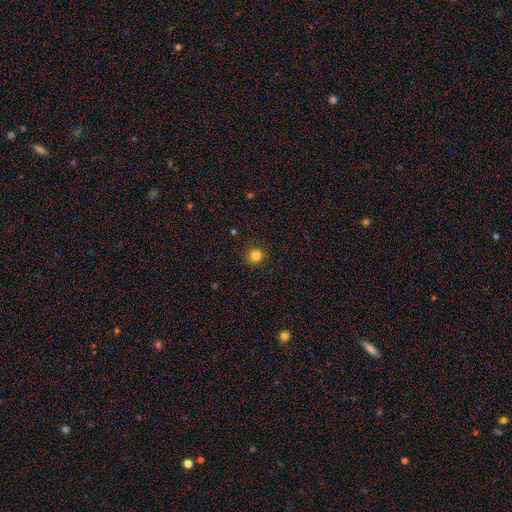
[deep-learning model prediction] A smooth galaxy with no disk features (83%) that is round (93%).

Vote fractions:
- Smooth or featured? smooth: 83% / star or artifact: 13% / featured or disk: 5%
- How rounded? round: 93% / in between: 6% / cigar-shaped: 1%
- Merging? none: 91% / minor disturbance: 6% / major disturbance: 2% / merger: 1%